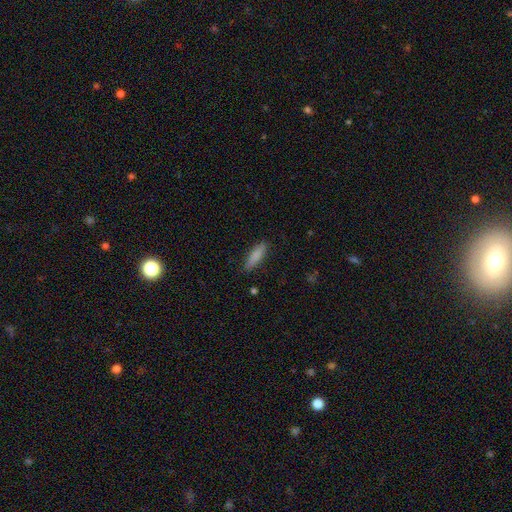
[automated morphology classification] Smooth or featured?
  - smooth: 84% *
  - featured or disk: 10%
  - star or artifact: 6%
How rounded?
  - cigar-shaped: 66% *
  - in between: 33%
  - round: 2%
Merging?
  - none: 86% *
  - minor disturbance: 10%
  - major disturbance: 2%
  - merger: 1%